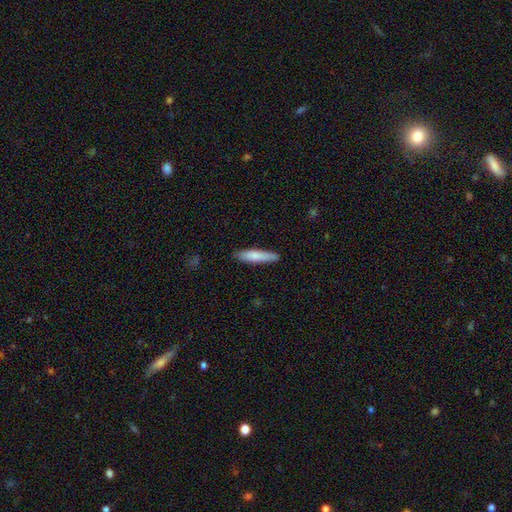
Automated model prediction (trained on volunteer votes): The model was most divided on "smooth or featured": smooth: 79%, featured or disk: 16%, star or artifact: 5%. More confident: merging — none (87%); how rounded — cigar-shaped (84%).